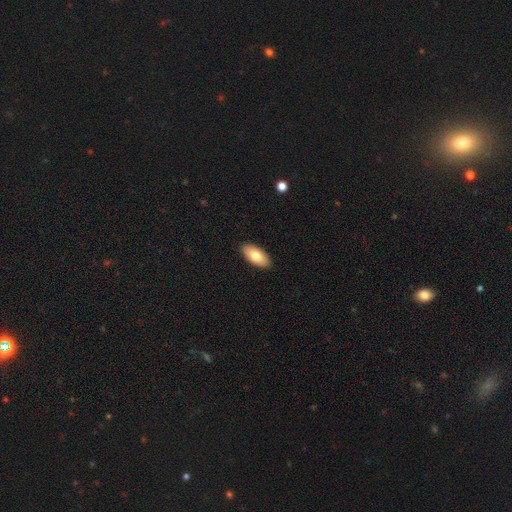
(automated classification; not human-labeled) Q: Smooth or featured?
A: smooth (76%); runner-up: featured or disk (18%)
Q: How rounded?
A: in between (92%); runner-up: cigar-shaped (6%)
Q: Merging?
A: none (90%); runner-up: minor disturbance (7%)